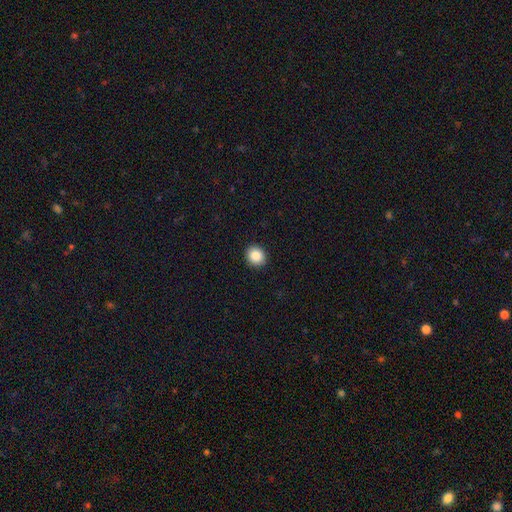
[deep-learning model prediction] Morphology: type=smooth (87%); roundness=round (81%); merging=none (92%).